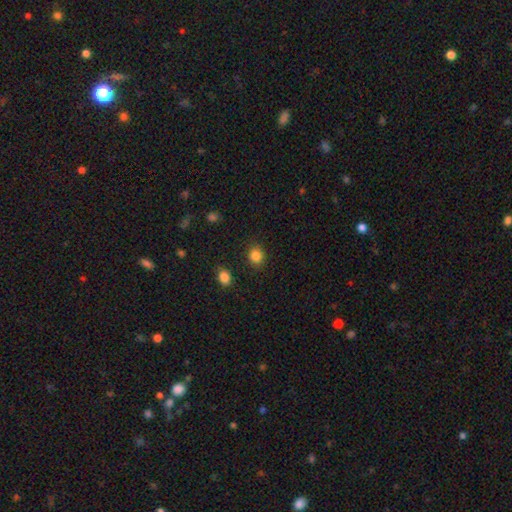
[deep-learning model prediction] Smooth or featured: smooth — 85% (star or artifact — 11%)
How rounded: round — 73% (in between — 26%)
Merging: none — 87% (minor disturbance — 8%)